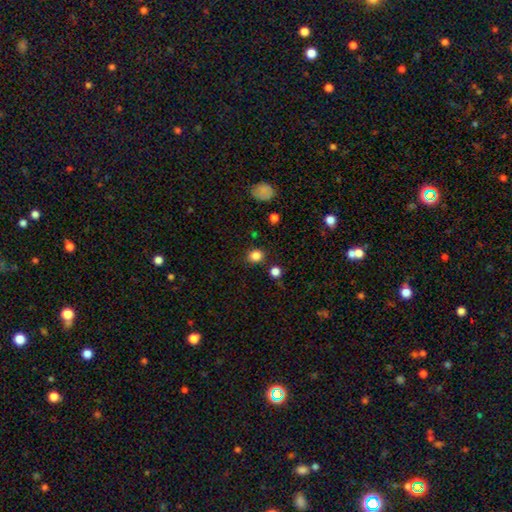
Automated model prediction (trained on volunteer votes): smooth 84%, star or artifact 12%, featured or disk 4%. Down the decision tree: how rounded — round (76%); merging — none (84%).